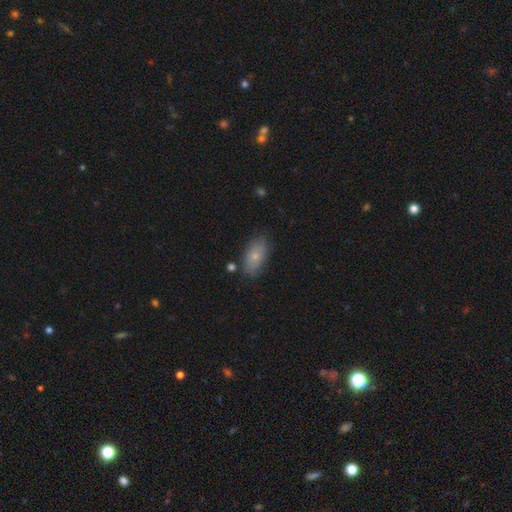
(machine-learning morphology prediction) This is likely a smooth galaxy (72%). How rounded: clearly in between (91%). Merging: likely none (75%).